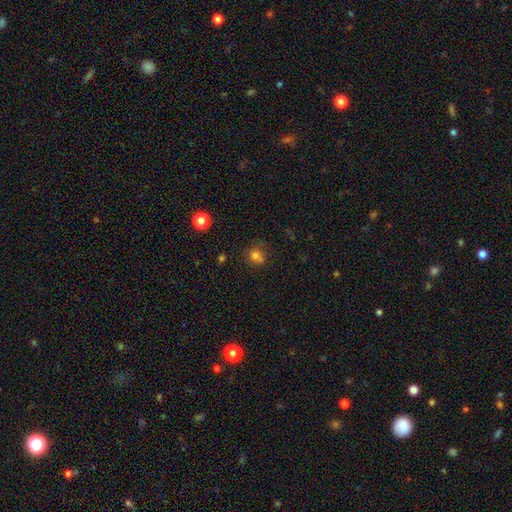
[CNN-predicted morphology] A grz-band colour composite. It shows a smooth galaxy with no disk features (74%) that is round (72%). Merging: none (54%).